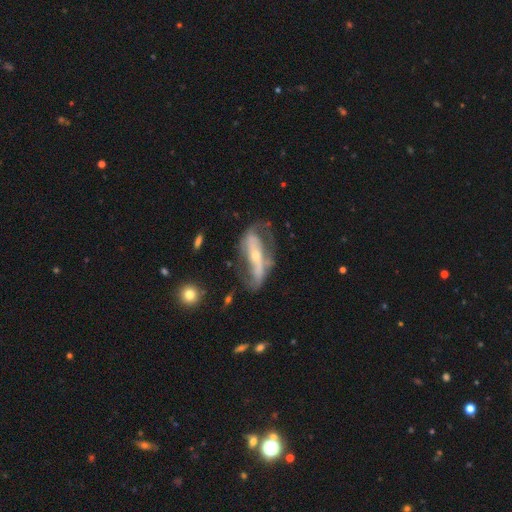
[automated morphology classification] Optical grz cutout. It shows a featured or disk galaxy (79%) with a strong bar (51%), 2 (76%) loose (43%) spiral arms (76%) and a small central bulge (62%). Merging: none (46%).